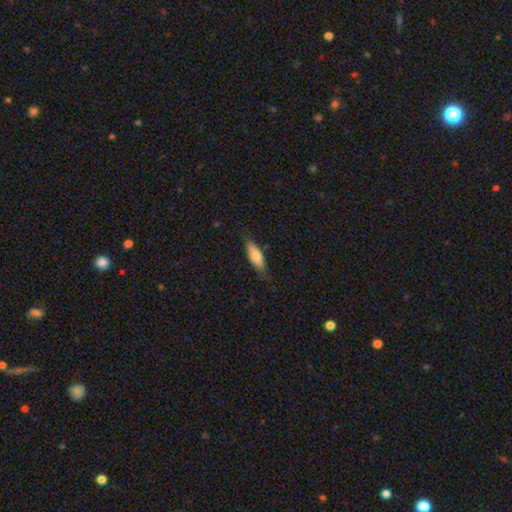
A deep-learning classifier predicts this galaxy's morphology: Smooth or featured: smooth — 74% (featured or disk — 20%)
How rounded: in between — 58% (cigar-shaped — 40%)
Merging: none — 76% (minor disturbance — 19%)